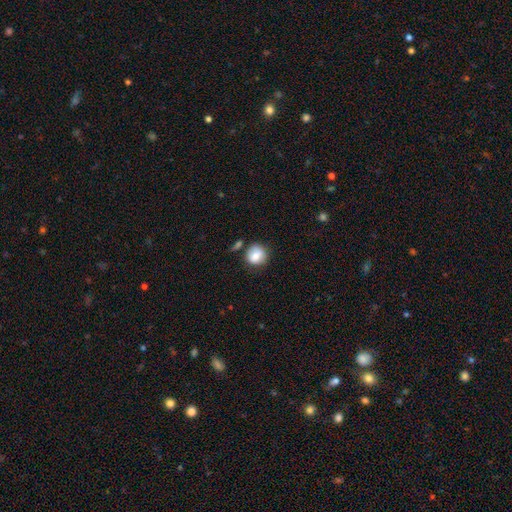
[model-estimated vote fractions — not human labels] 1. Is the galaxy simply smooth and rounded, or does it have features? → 82% smooth, 9% featured or disk, 9% star or artifact.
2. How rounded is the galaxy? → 85% round, 14% in between, 1% cigar-shaped.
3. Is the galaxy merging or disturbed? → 66% none, 19% minor disturbance, 10% merger, 5% major disturbance.